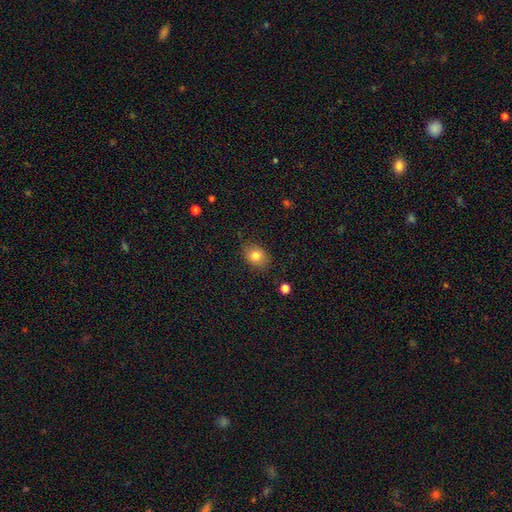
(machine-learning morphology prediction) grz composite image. It shows a smooth galaxy with no disk features (80%) that is in between round and cigar-shaped (54%). Merging: none (81%).